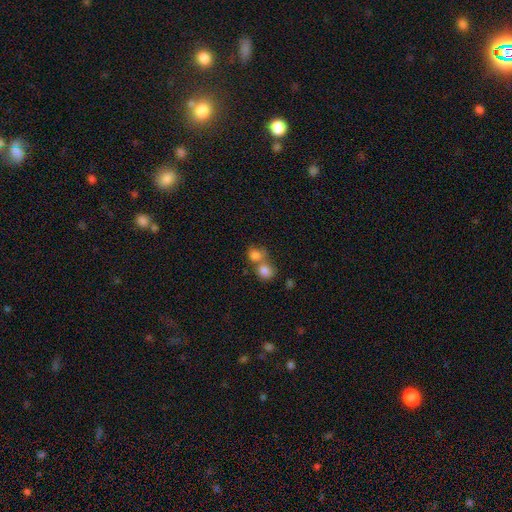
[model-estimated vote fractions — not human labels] Smooth or featured? smooth (80%)
How rounded? round (74%)
Merging? merger (55%)